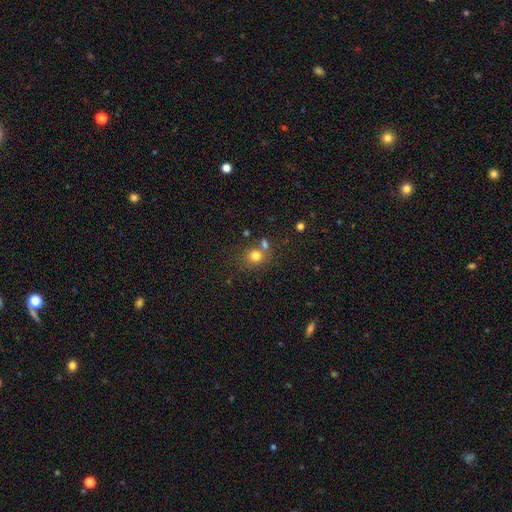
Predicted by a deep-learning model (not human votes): A smooth galaxy with no disk features (77%) that is round (73%). Merging: none (61%).